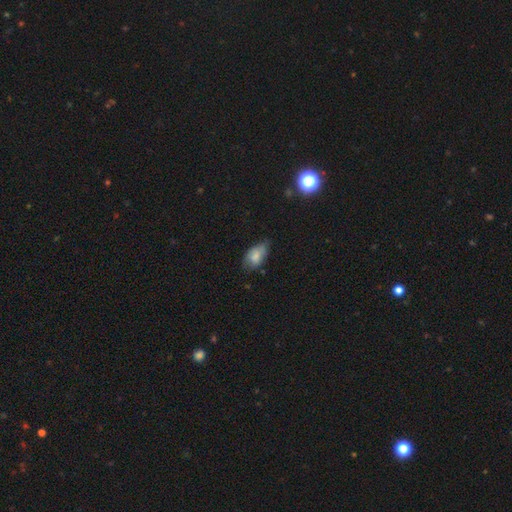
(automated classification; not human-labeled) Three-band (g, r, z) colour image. It shows a smooth galaxy with no disk features (76%) that is in between round and cigar-shaped (91%). Merging: none (51%).